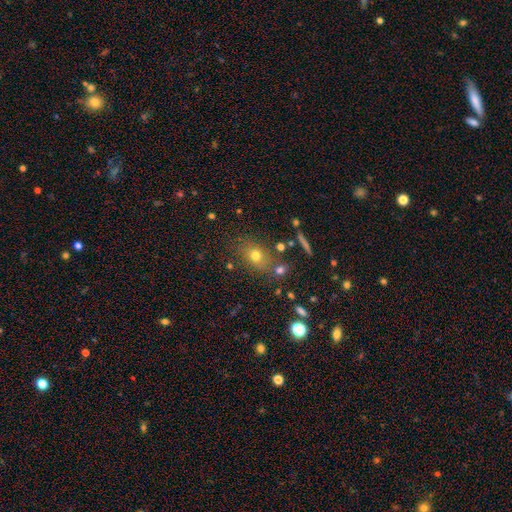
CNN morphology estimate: smooth 69%, star or artifact 17%, featured or disk 14%. Down the decision tree: how rounded — in between (55%); merging — none (75%).